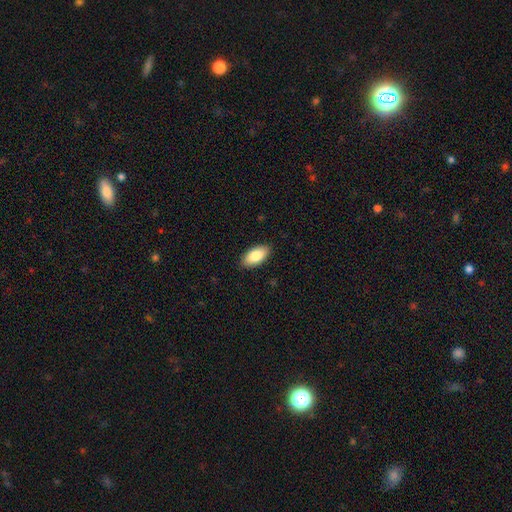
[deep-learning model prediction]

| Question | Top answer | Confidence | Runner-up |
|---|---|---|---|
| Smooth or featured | smooth | 84% | featured or disk (9%) |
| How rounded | in between | 93% | cigar-shaped (5%) |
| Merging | none | 89% | minor disturbance (8%) |